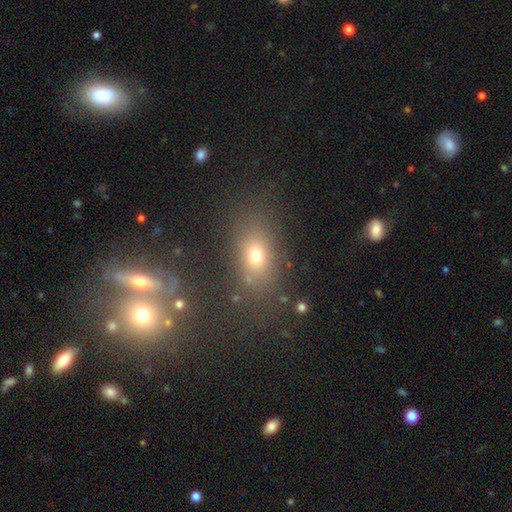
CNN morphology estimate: Smooth or featured? smooth (69%)
How rounded? in between (69%)
Merging? none (75%)